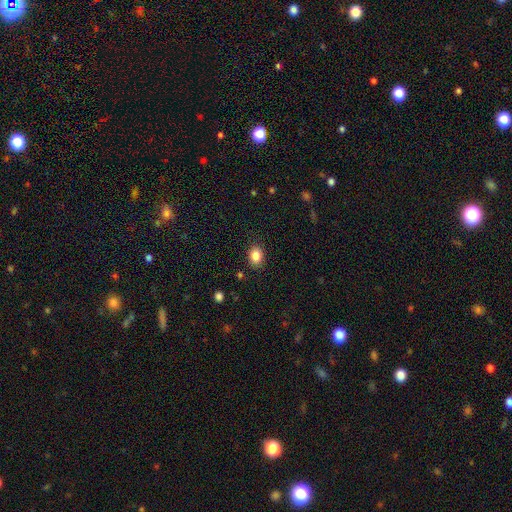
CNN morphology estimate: smooth-or-featured: smooth: 86% | star or artifact: 9% | featured or disk: 5%
  how-rounded: in between: 70% | round: 29% | cigar-shaped: 1%
  merging: none: 87% | minor disturbance: 9% | major disturbance: 2% | merger: 1%